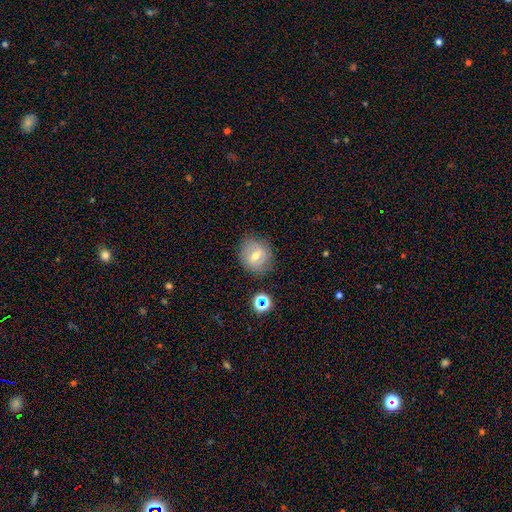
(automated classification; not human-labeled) smooth-or-featured: smooth: 56% | featured or disk: 31% | star or artifact: 13%
  how-rounded: round: 74% | in between: 25% | cigar-shaped: 1%
  merging: none: 78% | minor disturbance: 15% | major disturbance: 5% | merger: 2%